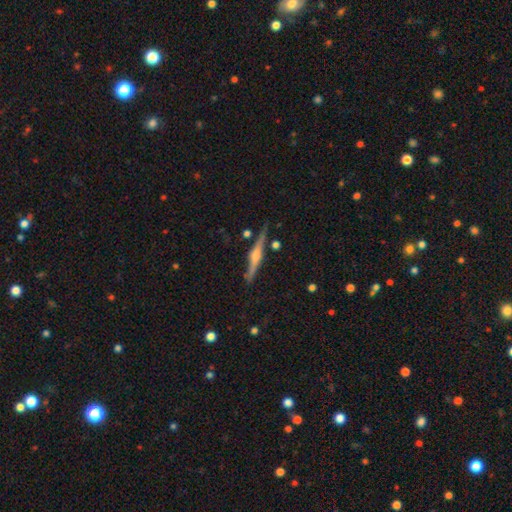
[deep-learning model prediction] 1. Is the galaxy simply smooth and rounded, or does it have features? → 78% featured or disk, 16% smooth, 6% star or artifact.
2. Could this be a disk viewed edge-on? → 98% yes, 2% no.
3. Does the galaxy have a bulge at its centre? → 86% rounded, 9% boxy, 5% none.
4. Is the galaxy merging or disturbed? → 84% none, 10% minor disturbance, 3% merger, 2% major disturbance.